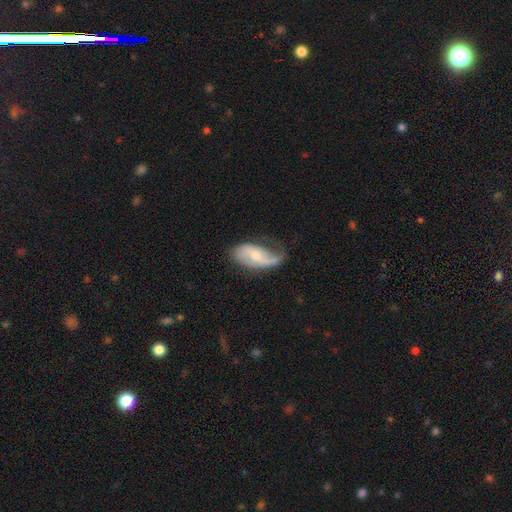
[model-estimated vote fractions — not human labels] smooth-or-featured: featured or disk: 67% | smooth: 27% | star or artifact: 6%
  disk-edge-on: no: 93% | yes: 7%
    bar: no: 51% | weak: 35% | strong: 14%
    has-spiral-arms: yes: 86% | no: 14%
      spiral-winding: loose: 67% | medium: 24% | tight: 9%
      spiral-arm-count: 2: 70% | 1: 20% | can't tell: 8% | 3: 1% | 4: 1% | more than 4: 1%
    bulge-size: small: 52% | moderate: 43% | large: 2% | none: 2% | dominant: 1%
  merging: none: 46% | minor disturbance: 33% | major disturbance: 19% | merger: 2%